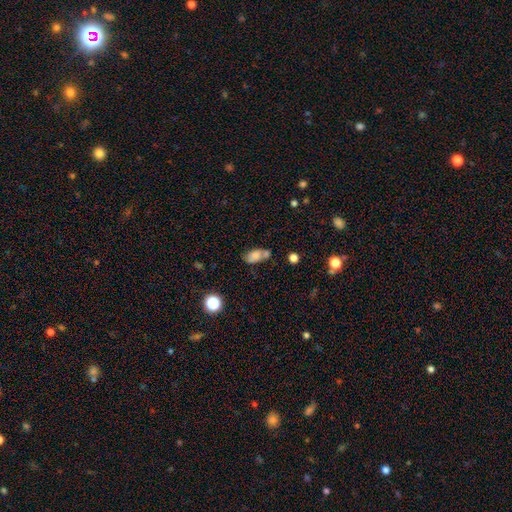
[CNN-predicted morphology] smooth-or-featured: smooth: 74% | featured or disk: 14% | star or artifact: 12%
  how-rounded: in between: 86% | round: 9% | cigar-shaped: 5%
  merging: none: 44% | merger: 27% | minor disturbance: 21% | major disturbance: 7%